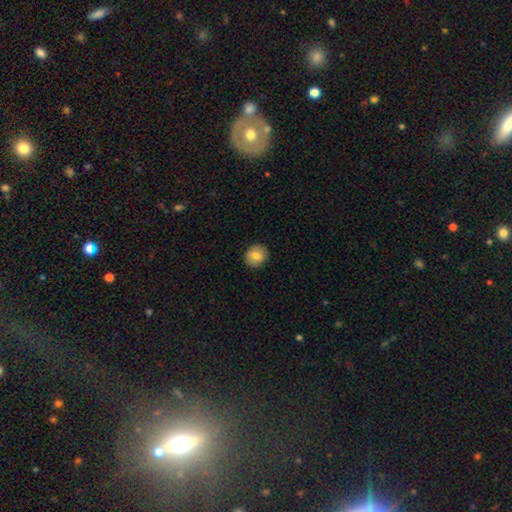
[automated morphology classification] The model was most divided on "how rounded": round: 82%, in between: 17%, cigar-shaped: 1%. More confident: merging — none (90%); smooth or featured — smooth (79%).